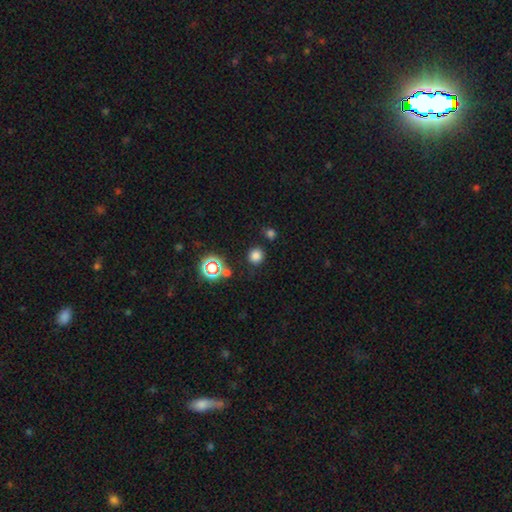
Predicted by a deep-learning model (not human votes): This is likely a smooth galaxy (77%). How rounded: clearly round (88%). Merging: clearly none (84%).